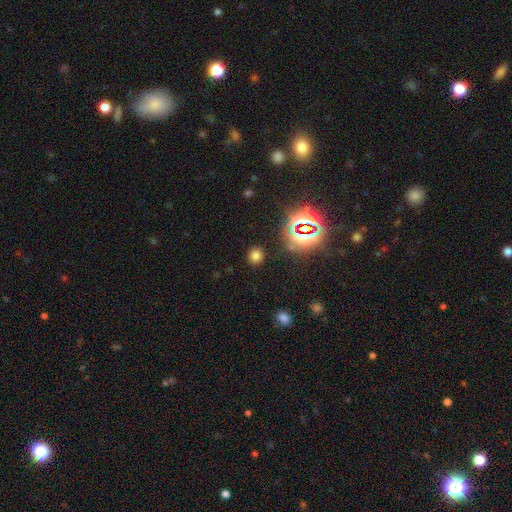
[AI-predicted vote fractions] smooth-or-featured: smooth: 69% | star or artifact: 25% | featured or disk: 6%
  how-rounded: round: 86% | in between: 13% | cigar-shaped: 1%
  merging: none: 88% | minor disturbance: 7% | major disturbance: 3% | merger: 2%